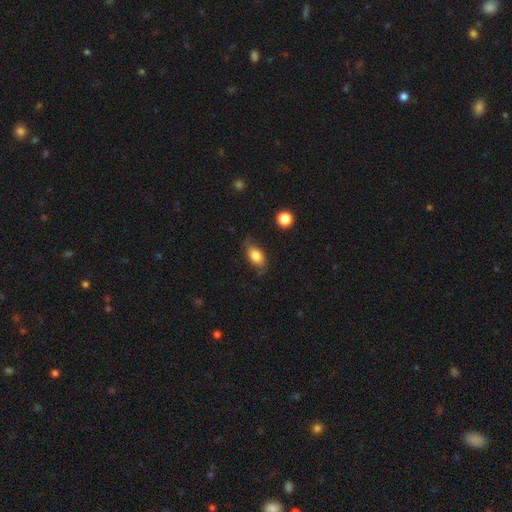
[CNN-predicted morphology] A smooth galaxy with no disk features (77%) that is in between round and cigar-shaped (88%).

Vote fractions:
- Smooth or featured? smooth: 77% / featured or disk: 15% / star or artifact: 8%
- How rounded? in between: 88% / round: 9% / cigar-shaped: 3%
- Merging? none: 69% / minor disturbance: 23% / major disturbance: 7% / merger: 2%